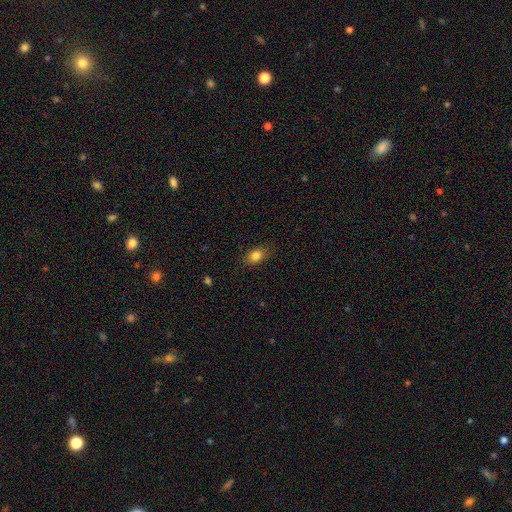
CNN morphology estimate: Overall: smooth (83%). How rounded: in between (76%). Merging: none (83%).